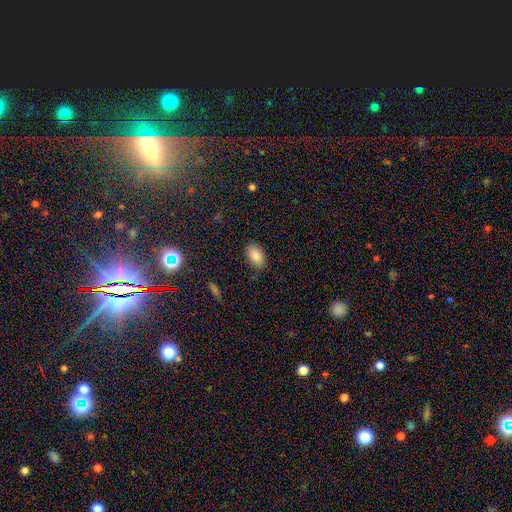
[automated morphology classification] Smooth or featured: smooth — 84% (star or artifact — 9%)
How rounded: in between — 89% (round — 9%)
Merging: none — 79% (minor disturbance — 16%)